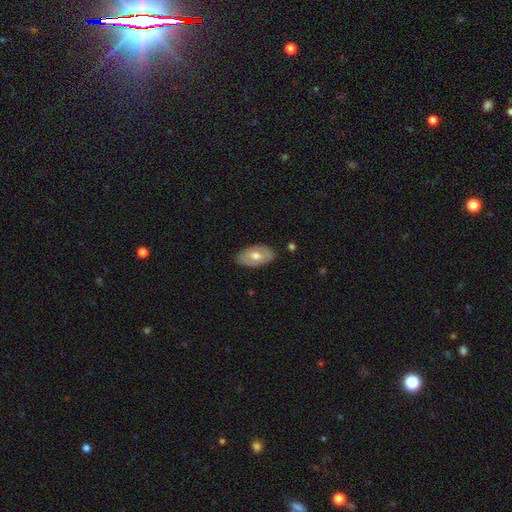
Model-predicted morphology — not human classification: smooth_or_featured: smooth (p=0.55) [alt: featured or disk p=0.39]
how_rounded: in between (p=0.93) [alt: round p=0.05]
merging: none (p=0.83) [alt: minor disturbance p=0.13]